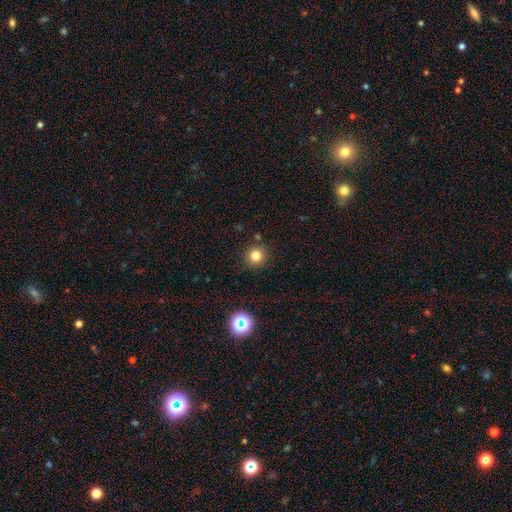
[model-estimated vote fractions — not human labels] smooth-or-featured: smooth: 79% | star or artifact: 14% | featured or disk: 6%
  how-rounded: round: 91% | in between: 8% | cigar-shaped: 1%
  merging: none: 87% | minor disturbance: 7% | merger: 3% | major disturbance: 2%